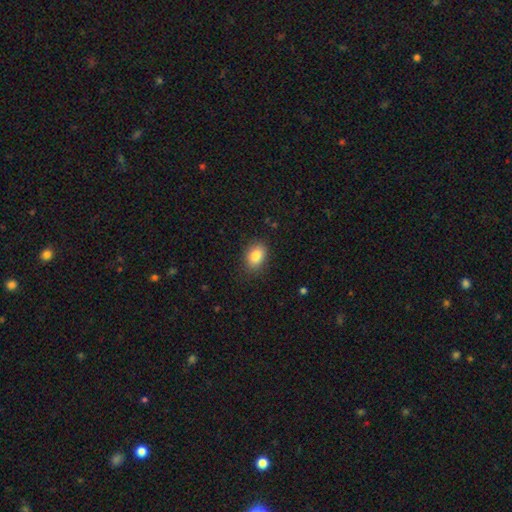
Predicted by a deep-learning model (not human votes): Morphology: type=smooth (84%); roundness=in between (74%); merging=none (85%).